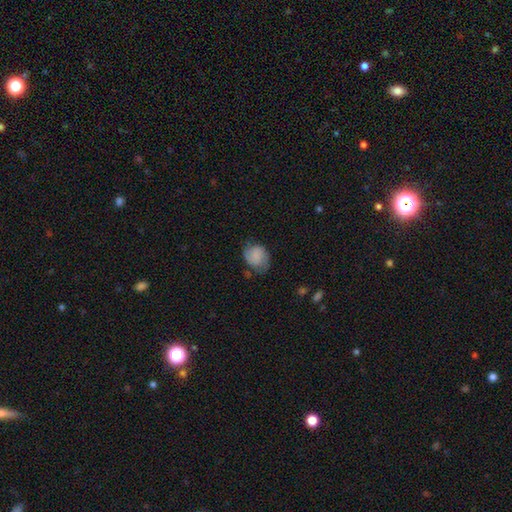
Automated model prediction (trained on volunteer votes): A smooth galaxy with no disk features (72%) that is round (51%). Merging: none (57%).